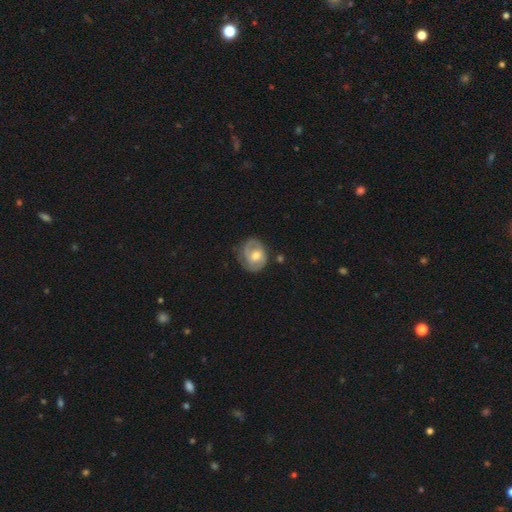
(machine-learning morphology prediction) Q: Smooth or featured?
A: featured or disk (62%); runner-up: smooth (32%)
Q: Edge-on disk?
A: no (97%); runner-up: yes (3%)
Q: Bar?
A: no (62%); runner-up: weak (32%)
Q: Spiral arms?
A: yes (78%); runner-up: no (22%)
Q: Bulge size?
A: moderate (70%); runner-up: small (22%)
Q: Merging?
A: none (64%); runner-up: minor disturbance (24%)